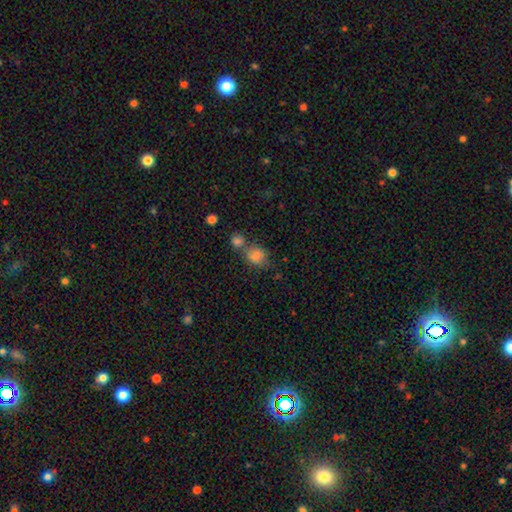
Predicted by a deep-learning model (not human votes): Smooth or featured? Predicted: smooth (p=0.79). How rounded? Predicted: round (p=0.56). Merging? Predicted: none (p=0.43).